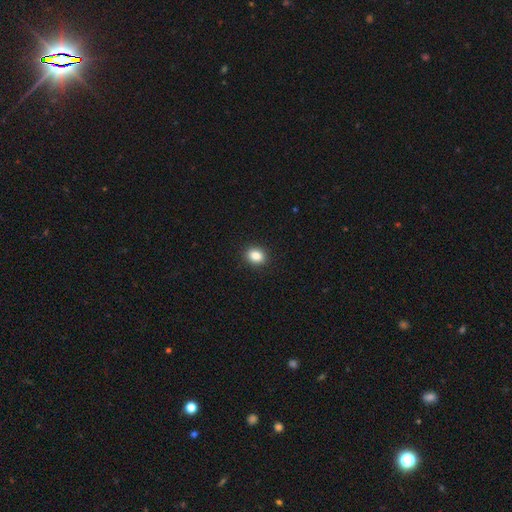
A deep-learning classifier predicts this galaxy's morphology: This is clearly a smooth galaxy (86%). How rounded: possibly in between (51%). Merging: clearly none (91%).